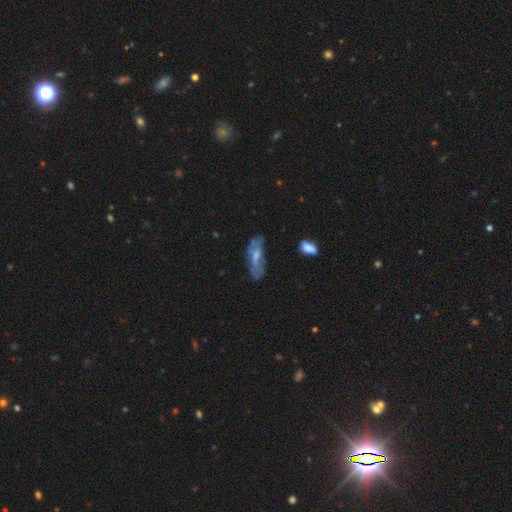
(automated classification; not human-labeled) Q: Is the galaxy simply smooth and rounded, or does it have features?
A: featured or disk — 51%.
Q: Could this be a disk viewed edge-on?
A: no — 81%.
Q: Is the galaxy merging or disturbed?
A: none — 54%.